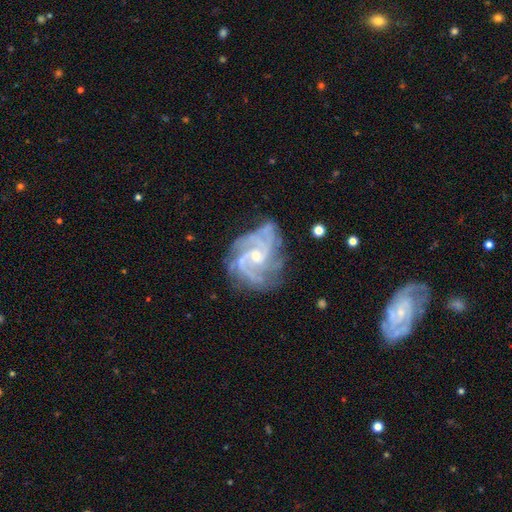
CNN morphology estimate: A featured or disk galaxy (91%) with no bar (56%), 3 (34%) medium (45%, tied with tight) spiral arms (98%) and a small central bulge (58%). Merging: none (67%).